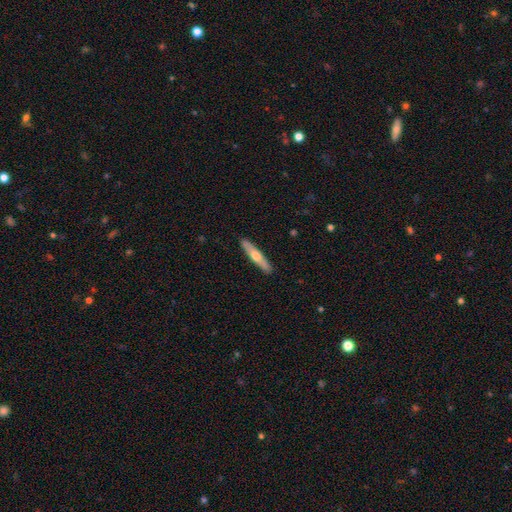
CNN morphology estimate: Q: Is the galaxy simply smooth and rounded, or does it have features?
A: smooth — 51%.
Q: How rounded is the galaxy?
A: cigar-shaped — 87%.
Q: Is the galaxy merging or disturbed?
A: none — 90%.